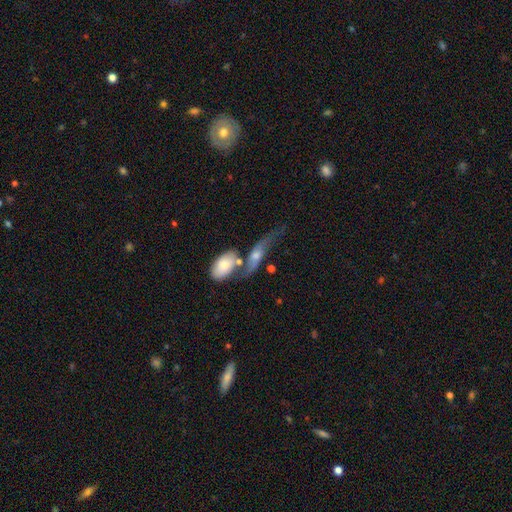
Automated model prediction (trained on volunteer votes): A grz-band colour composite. It shows a featured or disk galaxy (52%). Merging: merger (45%).